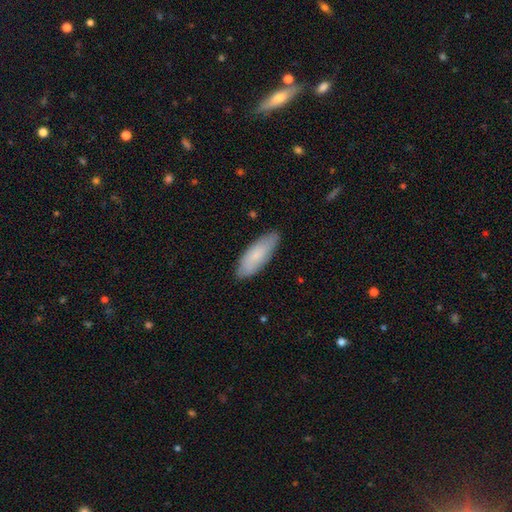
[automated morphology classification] This appears to be a smooth galaxy with no disk features (76%) that is in between round and cigar-shaped (66%). Merging: none (81%).